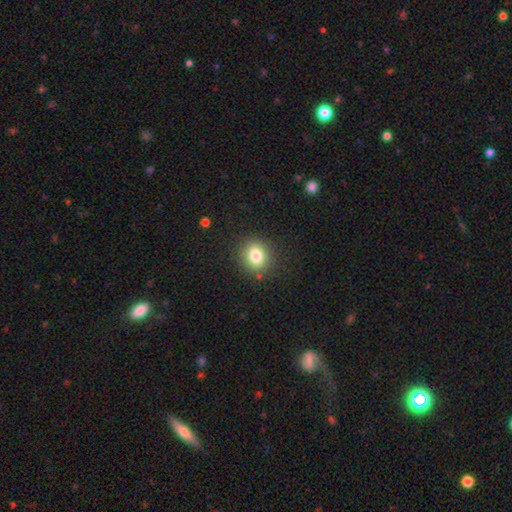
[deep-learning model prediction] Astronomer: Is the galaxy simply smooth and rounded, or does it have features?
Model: smooth — 81%.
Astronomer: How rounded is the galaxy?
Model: round — 77%.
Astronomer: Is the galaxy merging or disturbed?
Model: none — 87%.